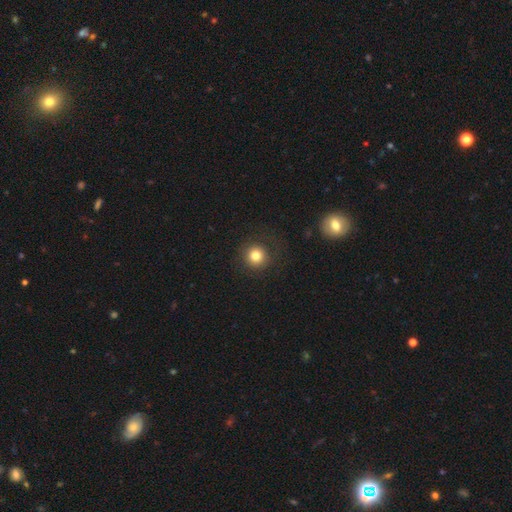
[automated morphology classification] This is clearly a smooth galaxy (80%). How rounded: clearly round (94%). Merging: clearly none (86%).